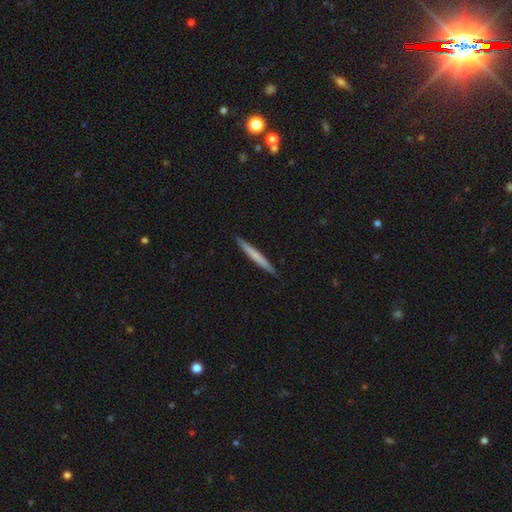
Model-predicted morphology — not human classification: Q: Smooth or featured?
A: smooth (62%); runner-up: featured or disk (33%)
Q: How rounded?
A: cigar-shaped (97%); runner-up: in between (2%)
Q: Merging?
A: none (92%); runner-up: minor disturbance (6%)